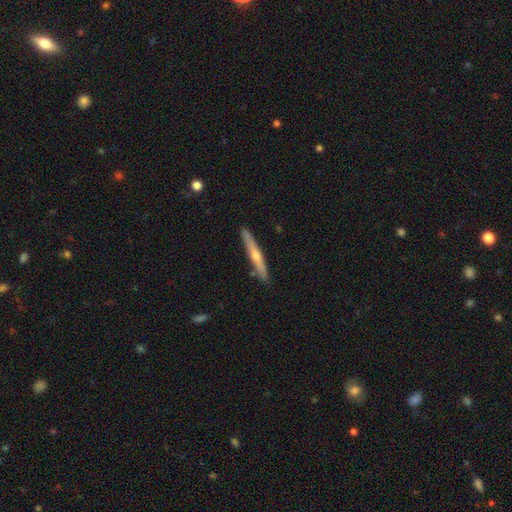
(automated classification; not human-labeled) Smooth or featured?
  - featured or disk: 64% *
  - smooth: 29%
  - star or artifact: 7%
Edge-on disk?
  - yes: 95% *
  - no: 5%
Edge-on bulge?
  - rounded: 83% *
  - none: 14%
  - boxy: 3%
Merging?
  - none: 88% *
  - minor disturbance: 9%
  - major disturbance: 2%
  - merger: 1%